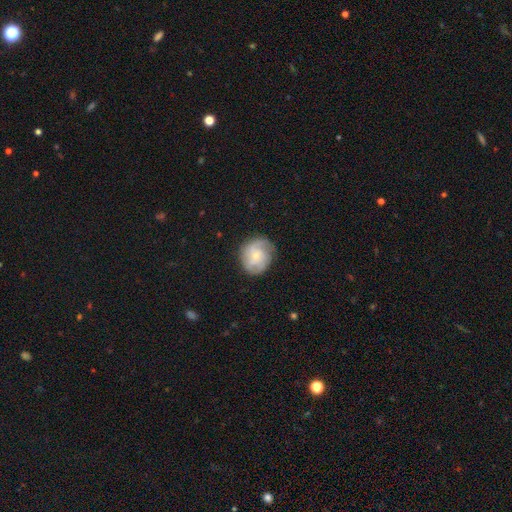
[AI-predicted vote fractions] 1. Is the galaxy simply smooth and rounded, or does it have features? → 68% featured or disk, 25% smooth, 7% star or artifact.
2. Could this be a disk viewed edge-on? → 98% no, 2% yes.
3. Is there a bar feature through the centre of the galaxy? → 72% no, 24% weak, 4% strong.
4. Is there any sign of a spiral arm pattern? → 89% yes, 11% no.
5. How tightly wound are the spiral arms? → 49% tight, 37% medium, 14% loose.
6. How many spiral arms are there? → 32% 2, 28% can't tell, 24% 3, 6% 1, 5% 4, 4% more than 4.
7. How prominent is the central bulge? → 60% small, 37% moderate, 1% large, 1% none, 1% dominant.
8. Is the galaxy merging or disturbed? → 75% none, 17% minor disturbance, 6% major disturbance, 1% merger.